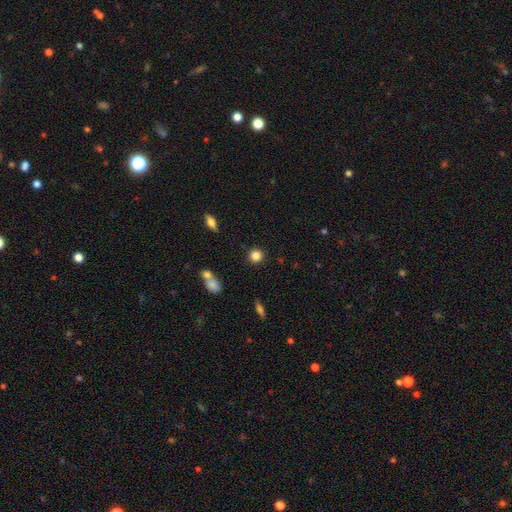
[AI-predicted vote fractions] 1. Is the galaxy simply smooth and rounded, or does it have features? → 84% smooth, 11% star or artifact, 5% featured or disk.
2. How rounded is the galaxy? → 92% round, 7% in between, 1% cigar-shaped.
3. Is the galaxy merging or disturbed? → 88% none, 7% minor disturbance, 3% merger, 2% major disturbance.